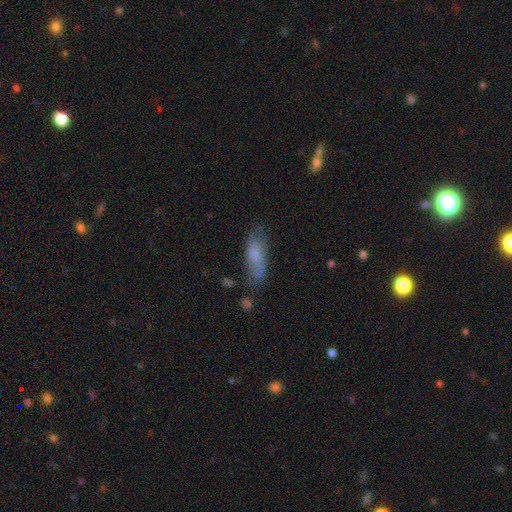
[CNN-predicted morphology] The model was most divided on "how rounded": in between: 56%, cigar-shaped: 42%, round: 2%. More confident: smooth or featured — smooth (65%); merging — none (58%).